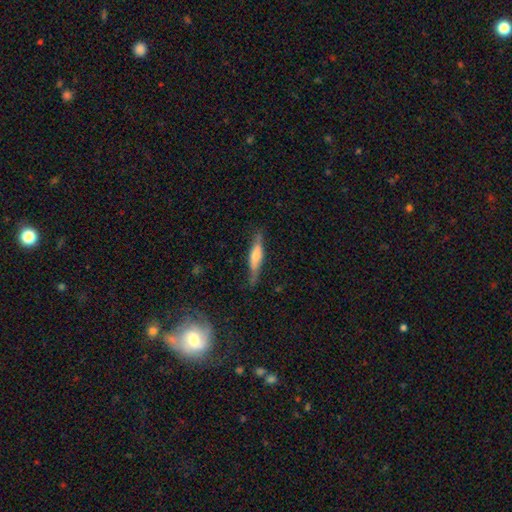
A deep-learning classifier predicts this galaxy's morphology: Overall: featured or disk (52%; smooth 41%). Edge-on disk: yes (89%). Merging: none (77%).